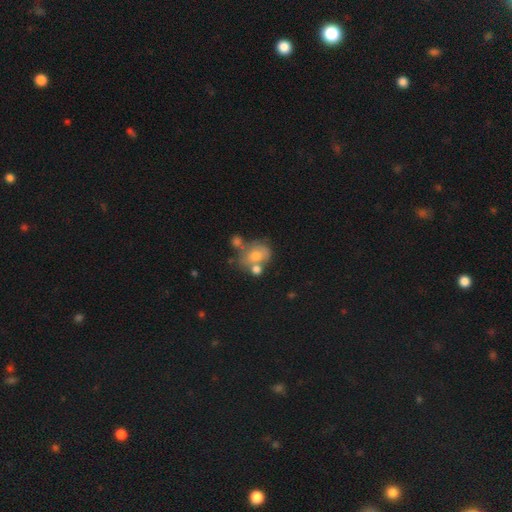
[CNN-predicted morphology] A smooth galaxy with no disk features (60%) that is round (49%, tied with in between).

Vote fractions:
- Smooth or featured? smooth: 60% / featured or disk: 28% / star or artifact: 13%
- How rounded? round: 49% (tied) / in between: 49% (tied) / cigar-shaped: 1%
- Merging? none: 40% / merger: 32% / minor disturbance: 18% / major disturbance: 9%